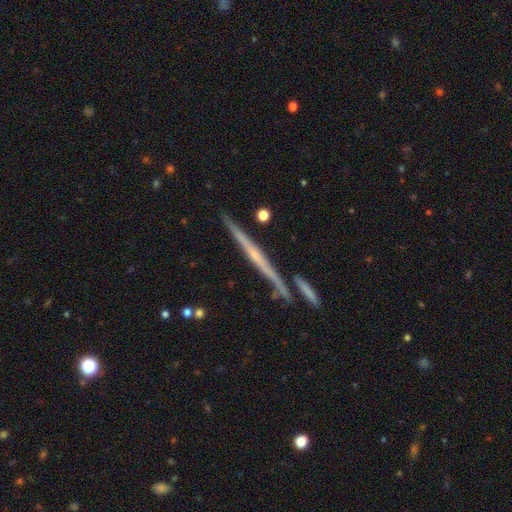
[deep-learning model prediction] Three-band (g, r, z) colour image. It shows a featured or disk galaxy (76%) viewed edge-on (97%) with no central bulge (53%). Merging: none (80%).